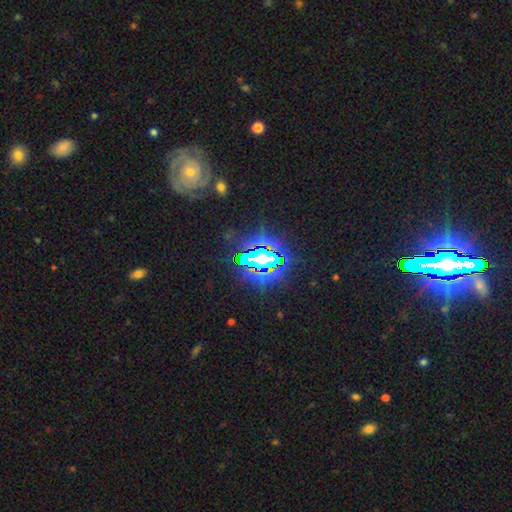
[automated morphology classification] type=star or artifact (71%).